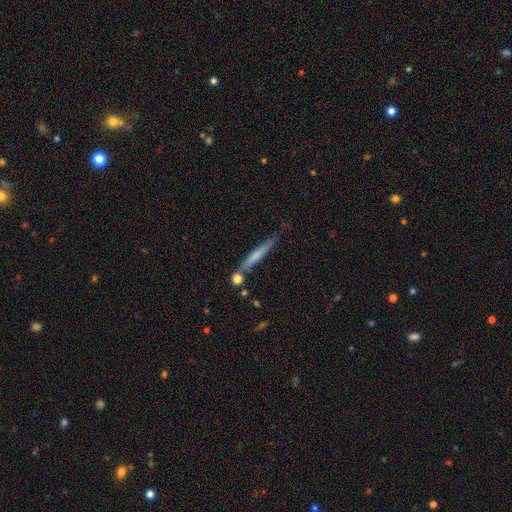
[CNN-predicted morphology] This appears to be a smooth galaxy with no disk features (56%) that is cigar-shaped (95%). Merging: none (73%).